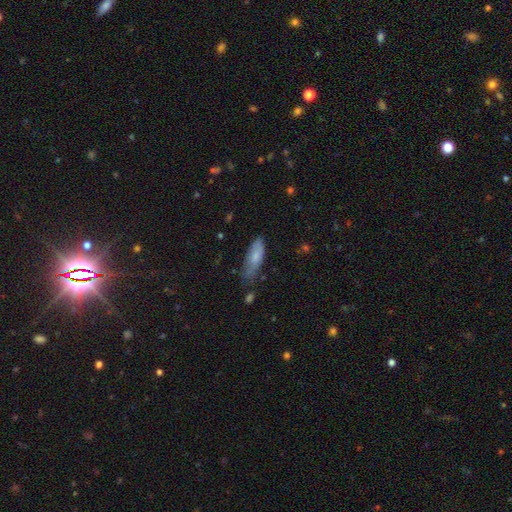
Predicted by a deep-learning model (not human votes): smooth_or_featured: smooth (p=0.76) [alt: featured or disk p=0.18]
how_rounded: in between (p=0.64) [alt: cigar-shaped p=0.34]
merging: none (p=0.52) [alt: minor disturbance p=0.36]